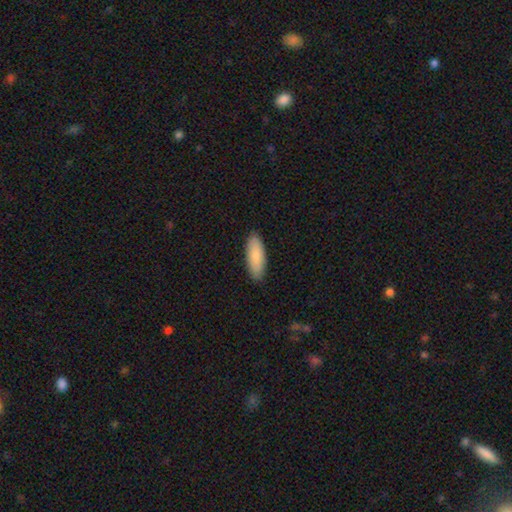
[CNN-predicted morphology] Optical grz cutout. It shows a smooth galaxy with no disk features (83%) that is in between round and cigar-shaped (69%). Merging: none (88%).